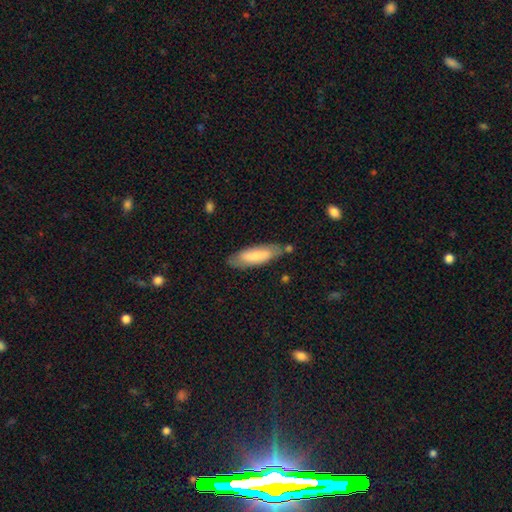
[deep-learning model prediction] Smooth or featured? Predicted: smooth (p=0.69). How rounded? Predicted: cigar-shaped (p=0.51). Merging? Predicted: none (p=0.75).